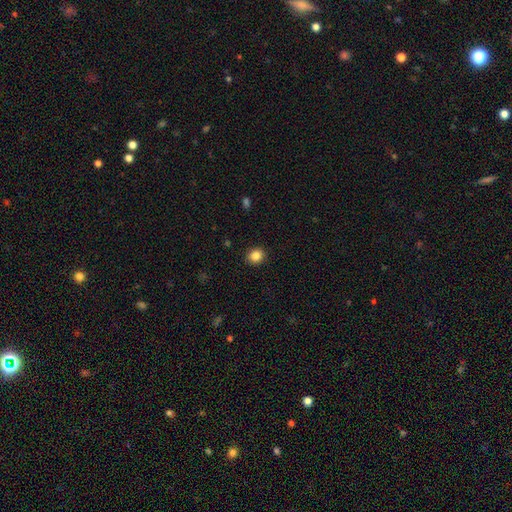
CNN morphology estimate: smooth 86%, star or artifact 10%, featured or disk 4%. Down the decision tree: how rounded — round (79%); merging — none (92%).